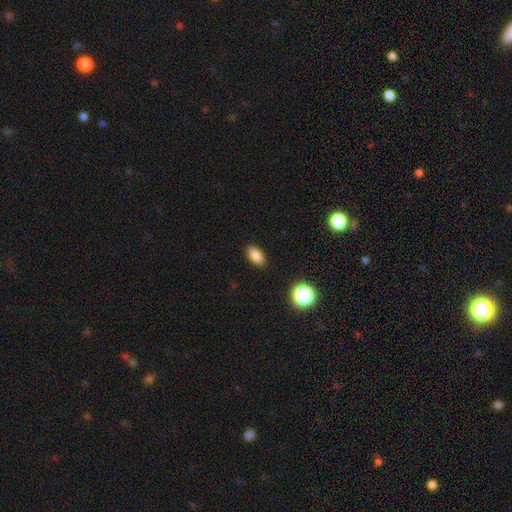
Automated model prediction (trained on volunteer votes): This is clearly a smooth galaxy (84%). How rounded: clearly in between (90%). Merging: clearly none (89%).